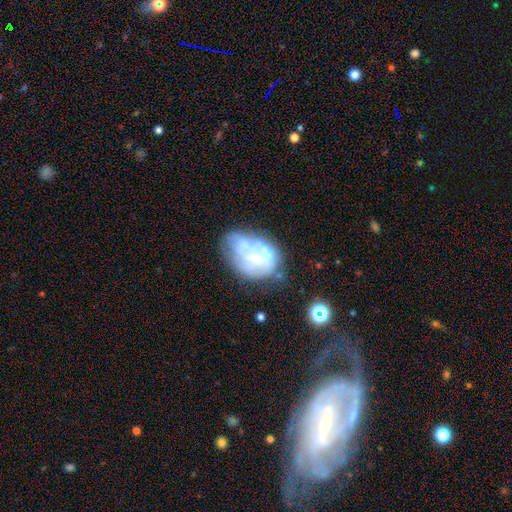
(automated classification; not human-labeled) Smooth or featured? Predicted: featured or disk (p=0.62). Edge-on disk? Predicted: no (p=0.97). Bar? Predicted: no (p=0.76). Spiral arms? Predicted: no (p=0.64). Bulge size? Predicted: small (p=0.47). Merging? Predicted: none (p=0.41).